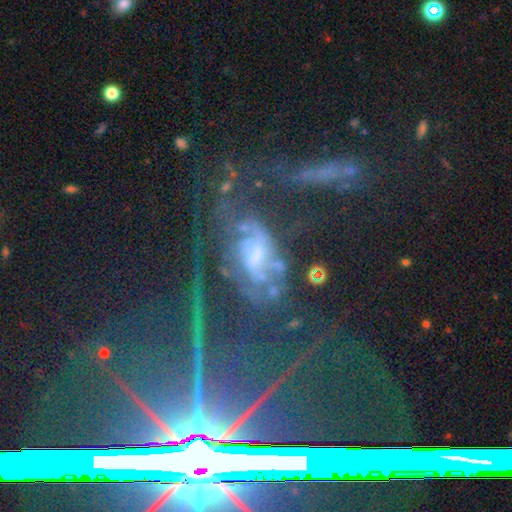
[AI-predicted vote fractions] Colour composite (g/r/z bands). It shows a featured or disk galaxy (60%) with no bar (47%), spiral arms (75%) and a small central bulge (43%). Merging: none (46%).